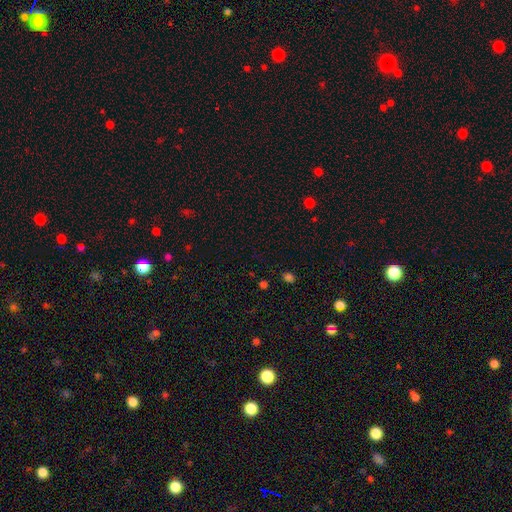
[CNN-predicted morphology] type=star or artifact (54%).